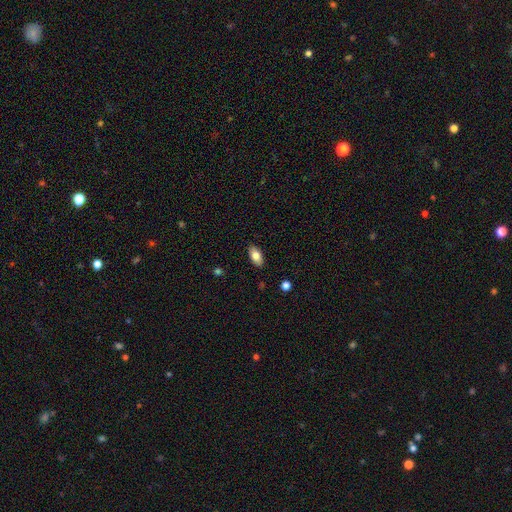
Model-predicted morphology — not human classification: This appears to be a smooth galaxy with no disk features (81%) that is in between round and cigar-shaped (91%). Merging: none (87%).